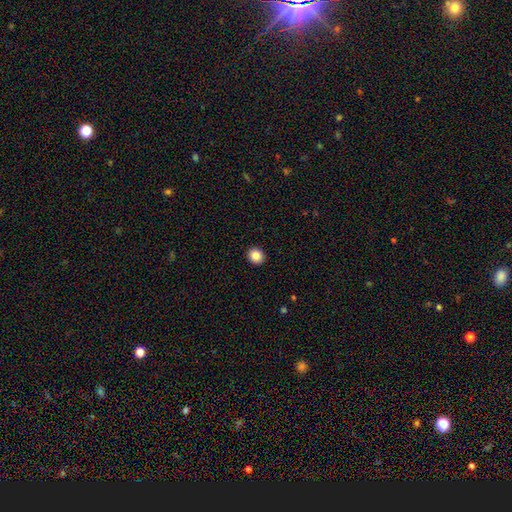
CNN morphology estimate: Smooth or featured?
  - smooth: 85% *
  - star or artifact: 10%
  - featured or disk: 5%
How rounded?
  - round: 78% *
  - in between: 21%
  - cigar-shaped: 1%
Merging?
  - none: 93% *
  - minor disturbance: 5%
  - major disturbance: 1%
  - merger: 1%